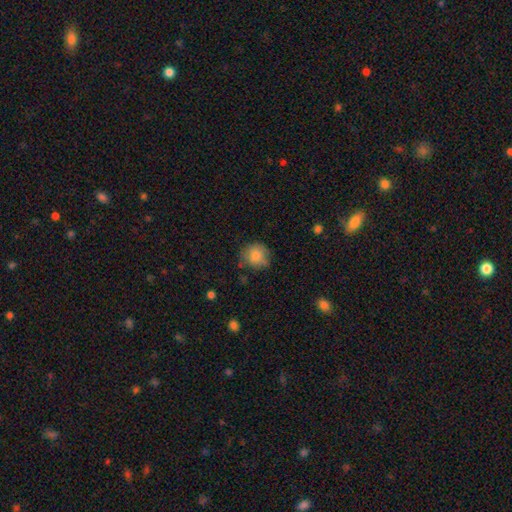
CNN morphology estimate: smooth 82%, featured or disk 10%, star or artifact 8%. Down the decision tree: how rounded — round (89%); merging — none (69%).